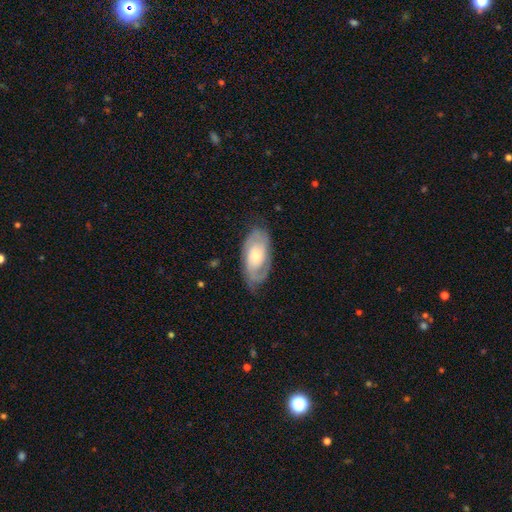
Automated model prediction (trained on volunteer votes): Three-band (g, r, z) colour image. It shows a featured or disk galaxy (78%) with no bar (69%), 2 (62%) tight (57%) spiral arms (93%) and a small central bulge (47%). Merging: none (74%).